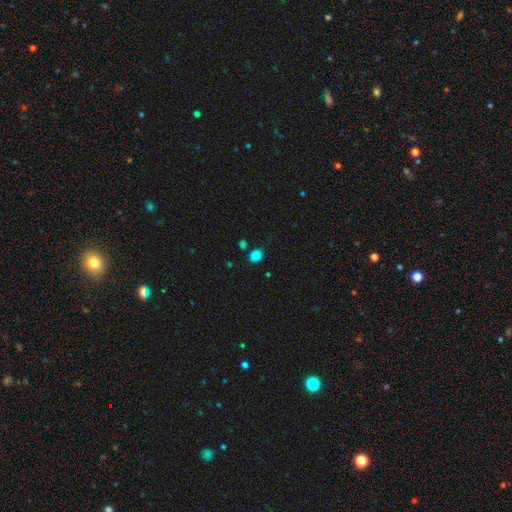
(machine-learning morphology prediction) type=smooth (82%); roundness=round (65%); merging=none (78%).